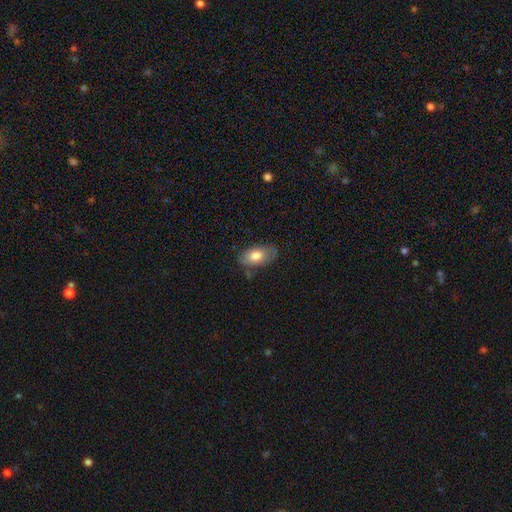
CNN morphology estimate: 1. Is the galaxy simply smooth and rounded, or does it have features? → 77% smooth, 17% featured or disk, 6% star or artifact.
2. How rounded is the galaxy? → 92% in between, 6% round, 2% cigar-shaped.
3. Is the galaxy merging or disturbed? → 68% none, 24% minor disturbance, 6% major disturbance, 3% merger.